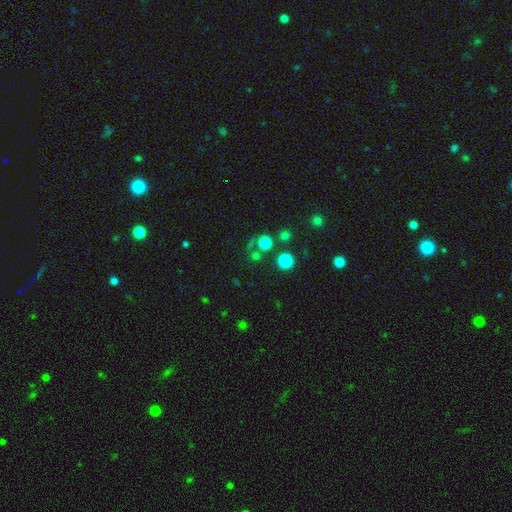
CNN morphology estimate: Smooth or featured?
  - smooth: 69% *
  - star or artifact: 24%
  - featured or disk: 7%
How rounded?
  - round: 90% *
  - in between: 9%
  - cigar-shaped: 1%
Merging?
  - none: 70% *
  - merger: 16%
  - minor disturbance: 8%
  - major disturbance: 6%